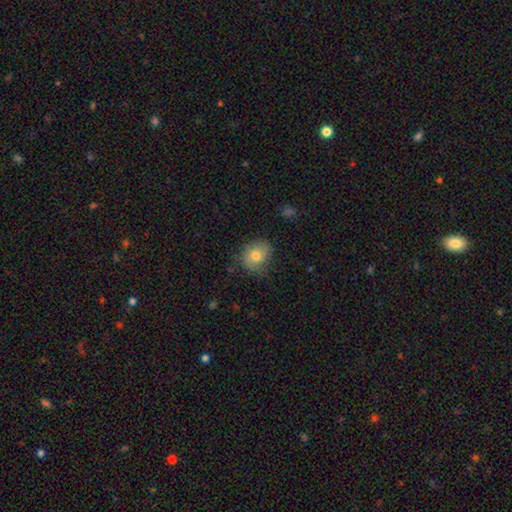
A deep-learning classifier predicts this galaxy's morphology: Overall: smooth (76%). How rounded: round (58%; in between 41%). Merging: none (70%).